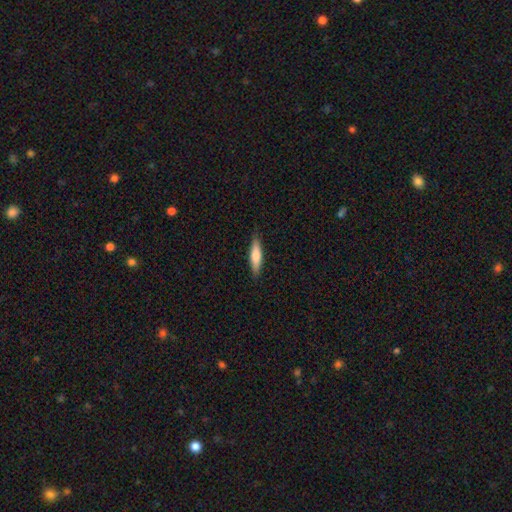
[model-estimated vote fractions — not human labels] Morphology: type=smooth (69%); roundness=cigar-shaped (71%); merging=none (86%).